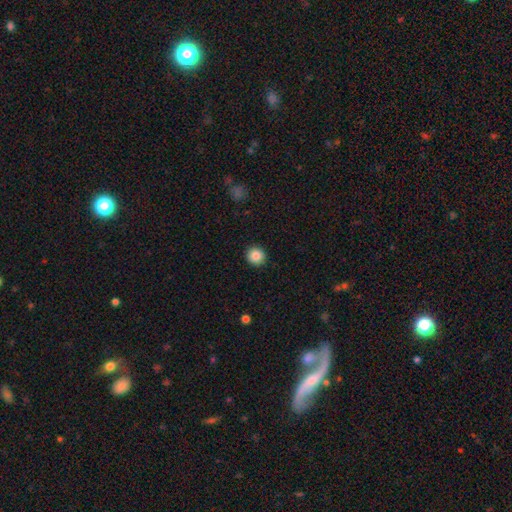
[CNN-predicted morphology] A smooth galaxy with no disk features (87%) that is round (93%).

Vote fractions:
- Smooth or featured? smooth: 87% / star or artifact: 9% / featured or disk: 4%
- How rounded? round: 93% / in between: 6% / cigar-shaped: 1%
- Merging? none: 92% / minor disturbance: 5% / major disturbance: 2% / merger: 1%